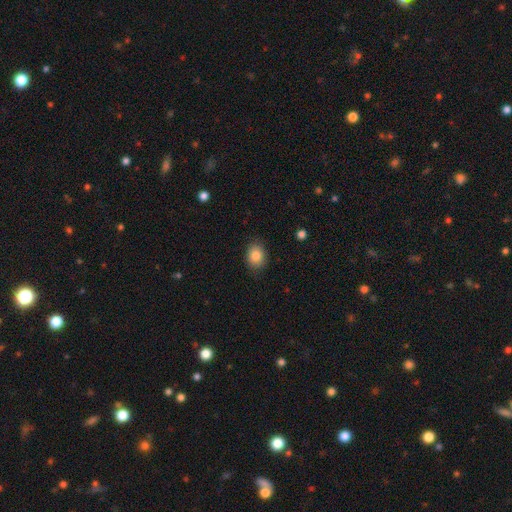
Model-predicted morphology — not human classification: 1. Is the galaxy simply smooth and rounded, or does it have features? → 85% smooth, 9% star or artifact, 6% featured or disk.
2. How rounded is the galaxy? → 60% in between, 39% round, 1% cigar-shaped.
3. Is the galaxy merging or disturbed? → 84% none, 12% minor disturbance, 3% major disturbance, 1% merger.